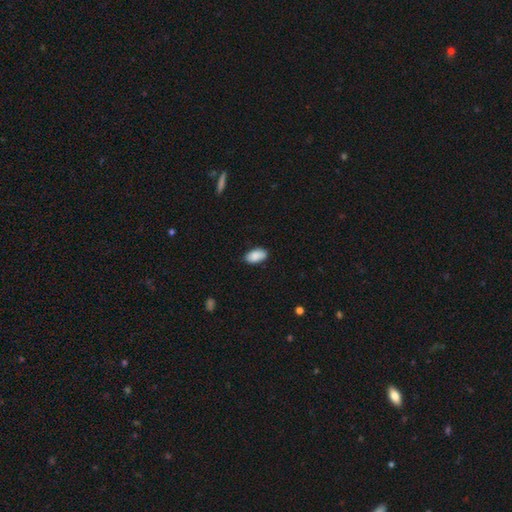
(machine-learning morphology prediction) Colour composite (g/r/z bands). It shows a smooth galaxy with no disk features (88%) that is in between round and cigar-shaped (94%). Merging: none (83%).